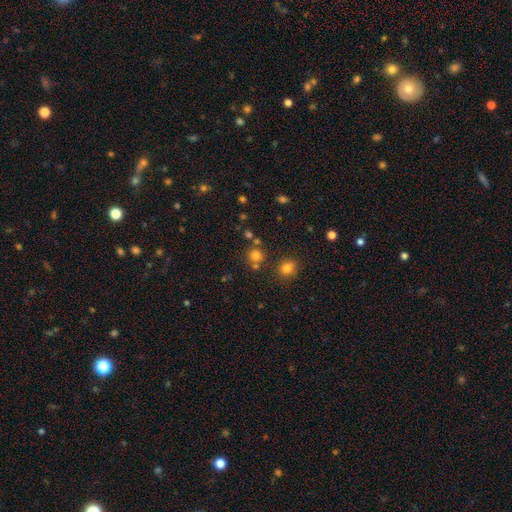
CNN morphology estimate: Smooth or featured: smooth — 74% (star or artifact — 18%)
How rounded: round — 89% (in between — 10%)
Merging: none — 71% (merger — 17%)